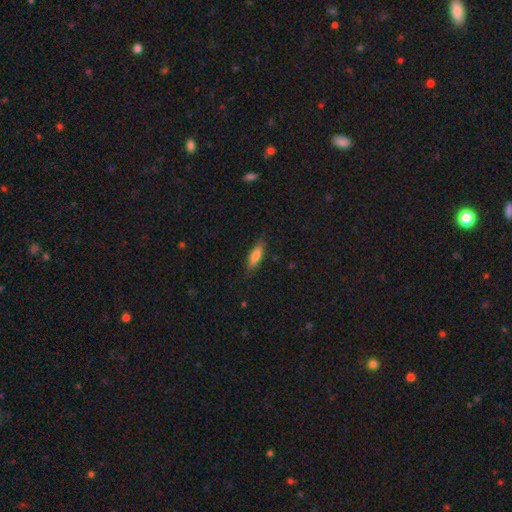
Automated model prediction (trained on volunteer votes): Smooth or featured? smooth (72%)
How rounded? cigar-shaped (58%)
Merging? none (83%)